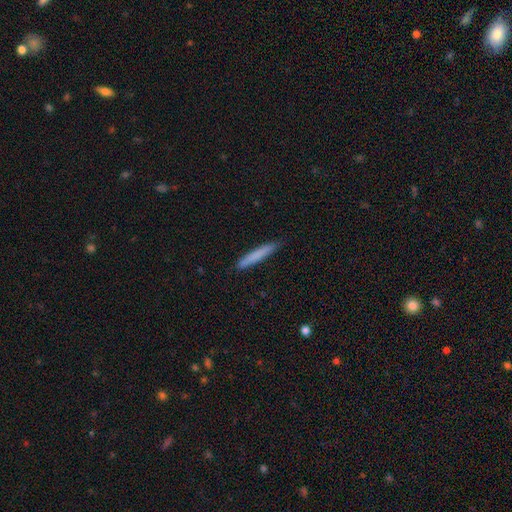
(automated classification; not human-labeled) A smooth galaxy with no disk features (78%) that is cigar-shaped (95%). Merging: none (87%).